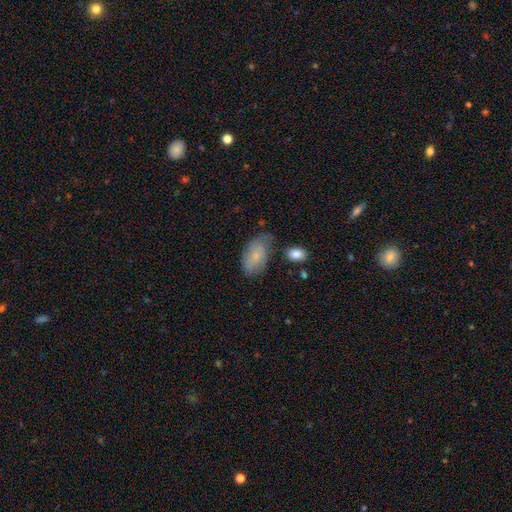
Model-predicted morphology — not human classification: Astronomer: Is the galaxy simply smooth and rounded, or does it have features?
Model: smooth — 68%.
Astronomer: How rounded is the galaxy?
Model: in between — 92%.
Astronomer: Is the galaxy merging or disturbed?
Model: none — 54% (runner-up: minor disturbance, 31%).